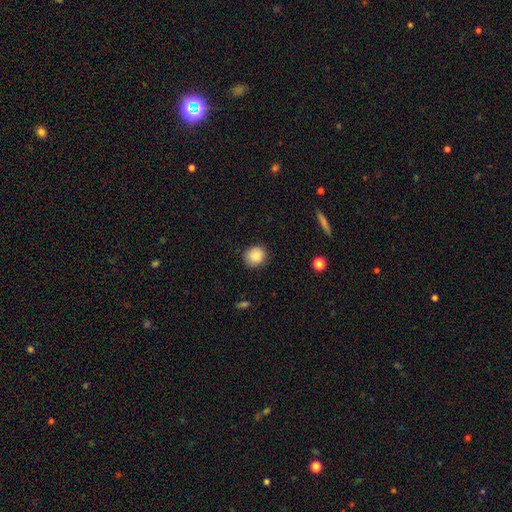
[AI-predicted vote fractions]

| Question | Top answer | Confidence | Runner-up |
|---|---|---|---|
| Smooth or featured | smooth | 87% | star or artifact (8%) |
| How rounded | round | 82% | in between (17%) |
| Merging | none | 87% | minor disturbance (10%) |